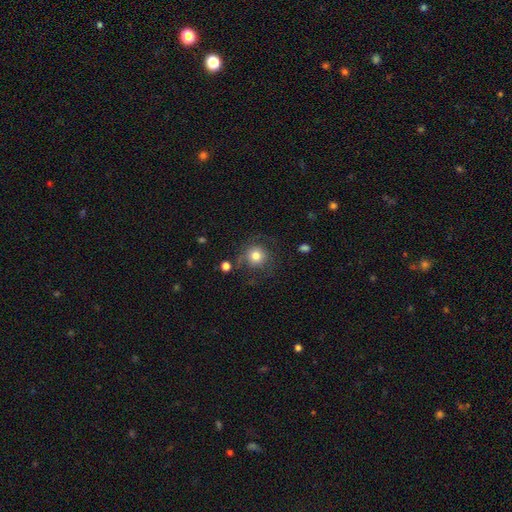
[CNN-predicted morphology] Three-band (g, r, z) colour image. It shows a smooth galaxy with no disk features (74%) that is round (91%). Merging: none (66%).